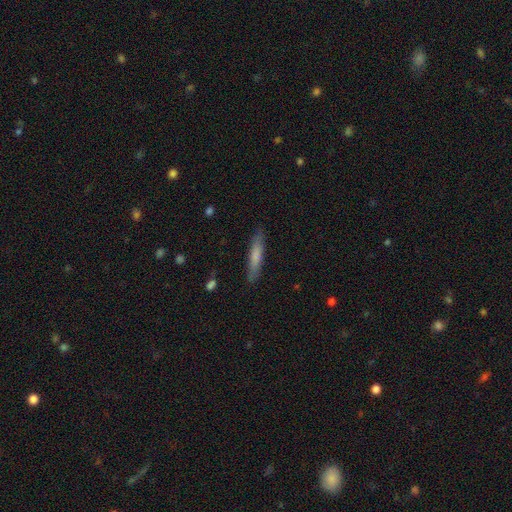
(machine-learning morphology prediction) This is likely a smooth galaxy (65%). How rounded: clearly cigar-shaped (90%). Merging: clearly none (87%).